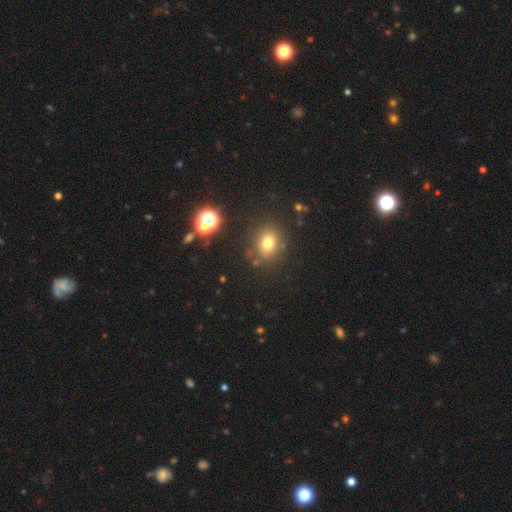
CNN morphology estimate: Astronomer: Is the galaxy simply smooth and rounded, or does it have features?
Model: smooth — 58% (runner-up: star or artifact, 34%).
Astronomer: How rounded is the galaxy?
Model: round — 79%.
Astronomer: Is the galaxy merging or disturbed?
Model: none — 88%.